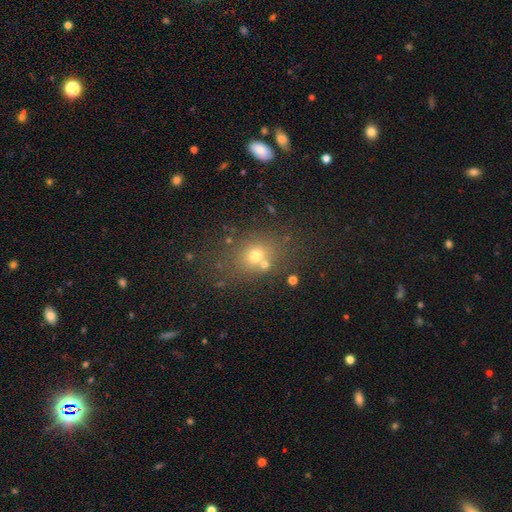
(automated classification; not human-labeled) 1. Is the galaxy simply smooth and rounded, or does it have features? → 64% smooth, 20% star or artifact, 16% featured or disk.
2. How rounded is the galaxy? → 52% round, 46% in between, 1% cigar-shaped.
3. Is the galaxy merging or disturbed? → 67% none, 15% merger, 12% minor disturbance, 6% major disturbance.